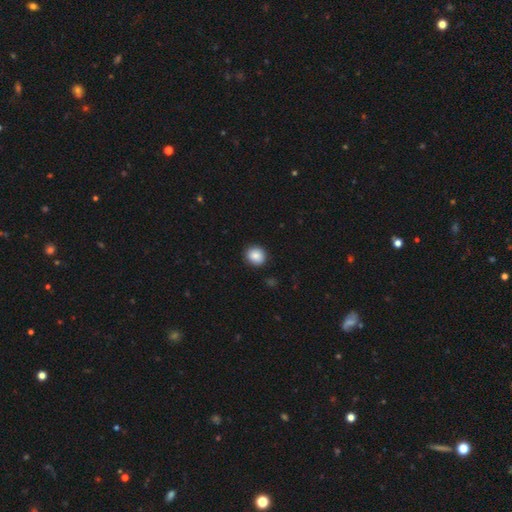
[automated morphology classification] Overall: smooth (87%). How rounded: round (83%). Merging: none (90%).